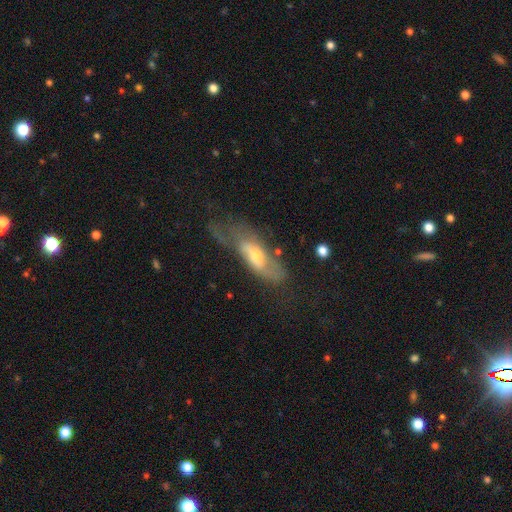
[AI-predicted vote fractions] smooth-or-featured: featured or disk: 53% | smooth: 39% | star or artifact: 8%
  disk-edge-on: no: 72% | yes: 28%
  merging: major disturbance: 35% | none: 34% | minor disturbance: 28% | merger: 4%